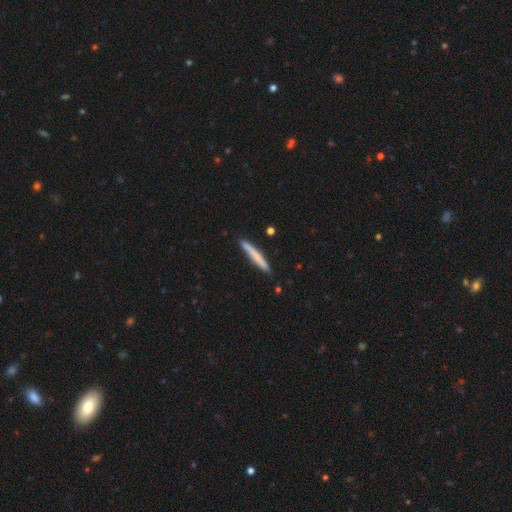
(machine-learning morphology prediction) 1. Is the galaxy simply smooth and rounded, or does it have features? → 69% smooth, 25% featured or disk, 6% star or artifact.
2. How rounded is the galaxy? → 96% cigar-shaped, 3% in between, 1% round.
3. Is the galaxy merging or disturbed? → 86% none, 10% minor disturbance, 2% merger, 2% major disturbance.